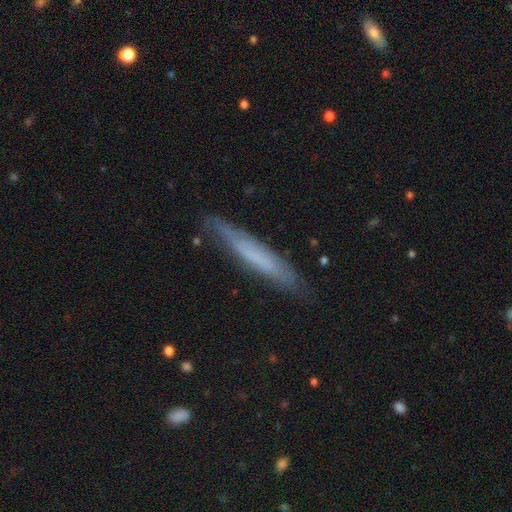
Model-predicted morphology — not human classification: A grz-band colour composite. It shows a smooth galaxy with no disk features (52%) that is cigar-shaped (93%). Merging: none (80%).